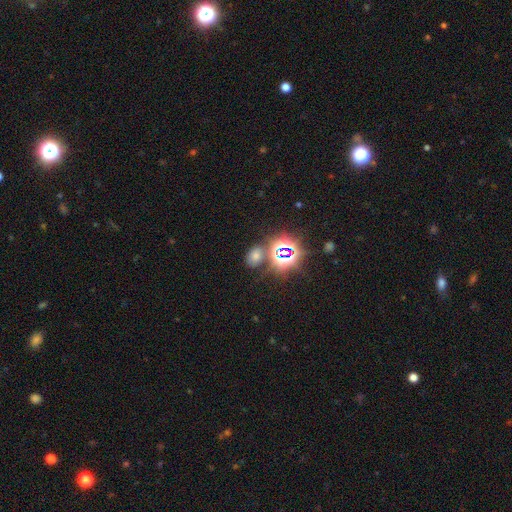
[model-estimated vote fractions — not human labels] Smooth or featured?
  - smooth: 51% *
  - star or artifact: 39%
  - featured or disk: 9%
How rounded?
  - in between: 74% *
  - round: 24%
  - cigar-shaped: 2%
Merging?
  - none: 70% *
  - minor disturbance: 13%
  - merger: 11%
  - major disturbance: 5%